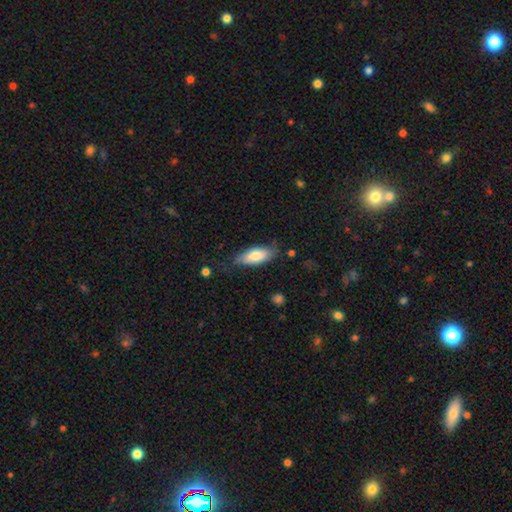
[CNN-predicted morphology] smooth-or-featured: smooth: 76% | featured or disk: 18% | star or artifact: 6%
  how-rounded: in between: 78% | cigar-shaped: 20% | round: 2%
  merging: none: 72% | minor disturbance: 21% | major disturbance: 5% | merger: 2%